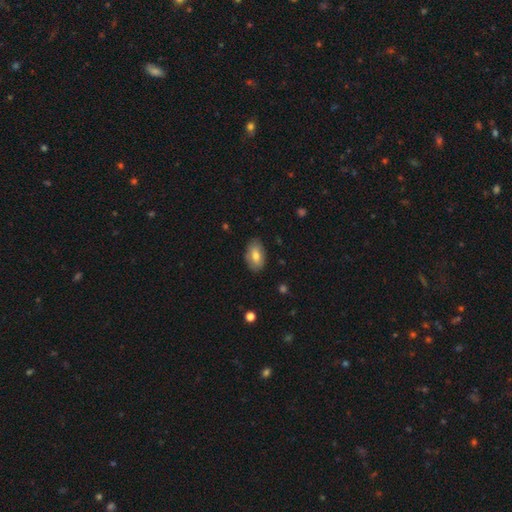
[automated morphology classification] smooth 74%, featured or disk 20%, star or artifact 6%. Down the decision tree: how rounded — in between (93%); merging — none (83%).